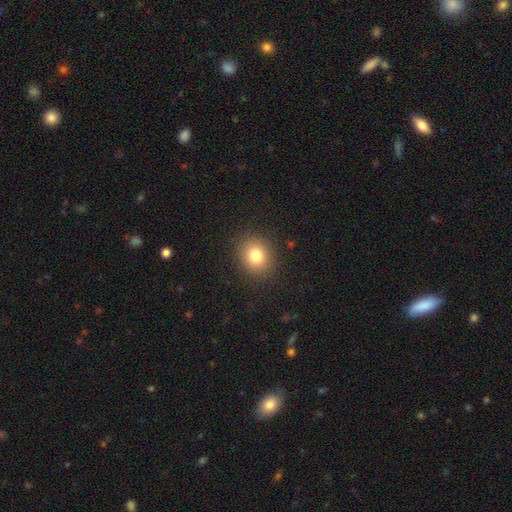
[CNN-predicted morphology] Smooth or featured? smooth (80%)
How rounded? round (71%)
Merging? none (89%)